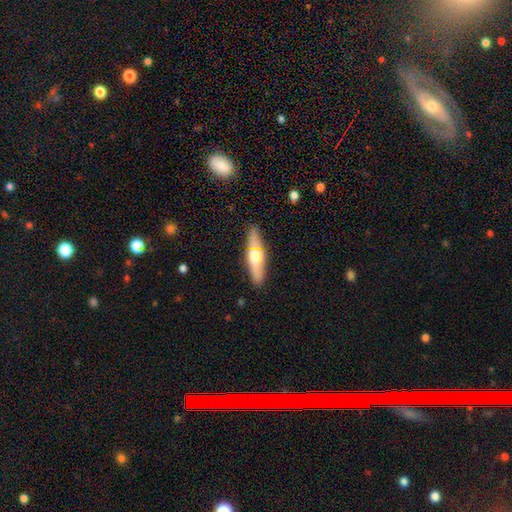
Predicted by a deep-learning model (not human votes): This appears to be a smooth galaxy with no disk features (48%). Merging: none (85%).